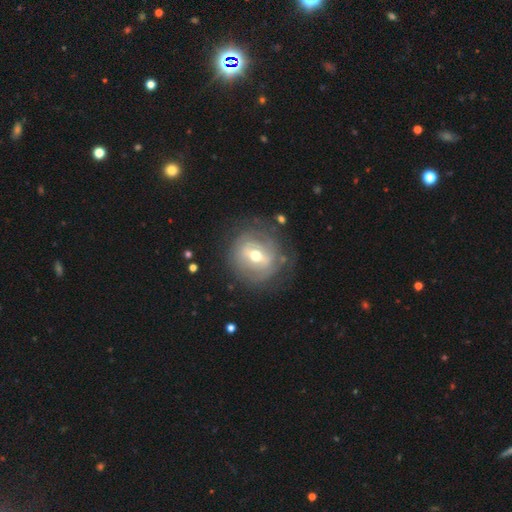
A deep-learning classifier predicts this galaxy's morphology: A featured or disk galaxy (70%) with a weak bar (42%), spiral arms (53%) and a moderate central bulge (71%). Merging: none (75%).